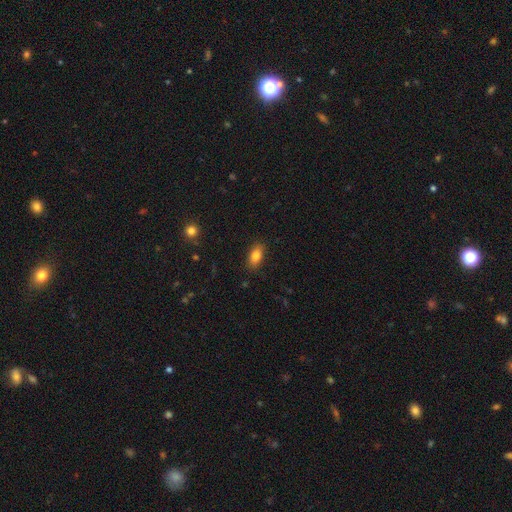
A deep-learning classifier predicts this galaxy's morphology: A smooth galaxy with no disk features (82%) that is in between round and cigar-shaped (87%). Merging: none (87%).